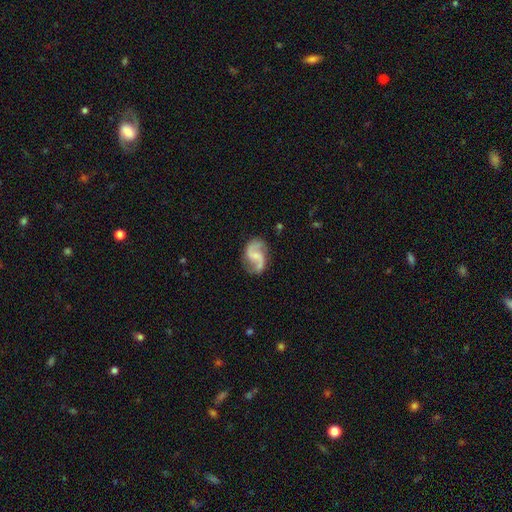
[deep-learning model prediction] Smooth or featured?
  - featured or disk: 85% *
  - smooth: 10%
  - star or artifact: 5%
Edge-on disk?
  - no: 98% *
  - yes: 2%
Bar?
  - weak: 46% *
  - no: 40%
  - strong: 13%
Spiral arms?
  - yes: 96% *
  - no: 4%
Spiral winding?
  - loose: 55% *
  - medium: 38%
  - tight: 8%
Spiral arm count?
  - 2: 93% *
  - can't tell: 2%
  - 1: 2%
  - 3: 1%
  - 4: 1%
  - more than 4: 1%
Bulge size?
  - small: 43% *
  - none: 34%
  - moderate: 20%
  - large: 2%
  - dominant: 1%
Merging?
  - none: 75% *
  - minor disturbance: 16%
  - major disturbance: 7%
  - merger: 2%